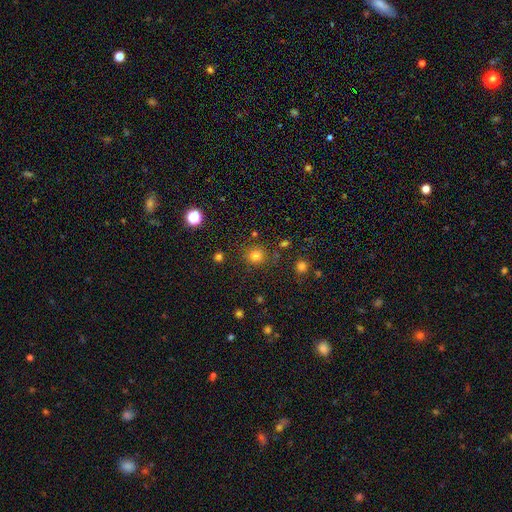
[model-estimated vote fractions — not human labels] Smooth or featured? smooth (78%)
How rounded? round (88%)
Merging? none (83%)